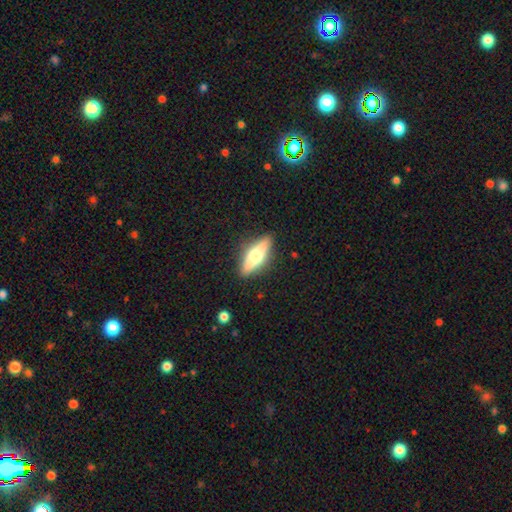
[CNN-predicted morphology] Q: Smooth or featured?
A: smooth (49%); runner-up: featured or disk (45%)
Q: Merging?
A: none (88%); runner-up: minor disturbance (9%)